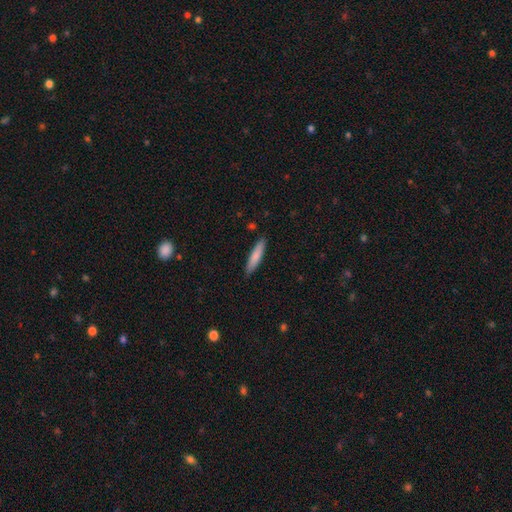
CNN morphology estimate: Smooth or featured: smooth — 80% (featured or disk — 15%)
How rounded: cigar-shaped — 87% (in between — 12%)
Merging: none — 89% (minor disturbance — 9%)